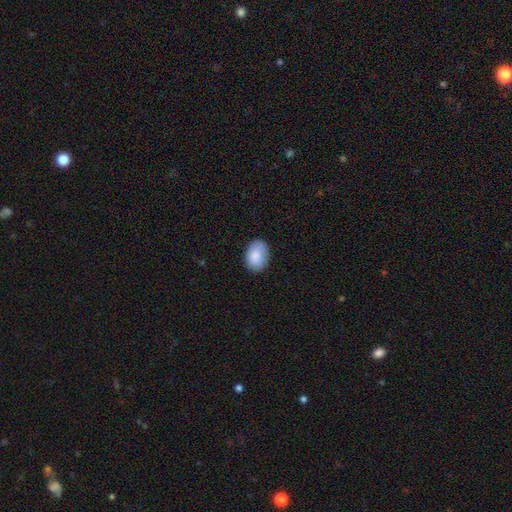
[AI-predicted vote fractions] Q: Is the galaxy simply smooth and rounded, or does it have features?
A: smooth — 87%.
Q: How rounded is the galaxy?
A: in between — 80%.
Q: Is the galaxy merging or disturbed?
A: none — 83%.